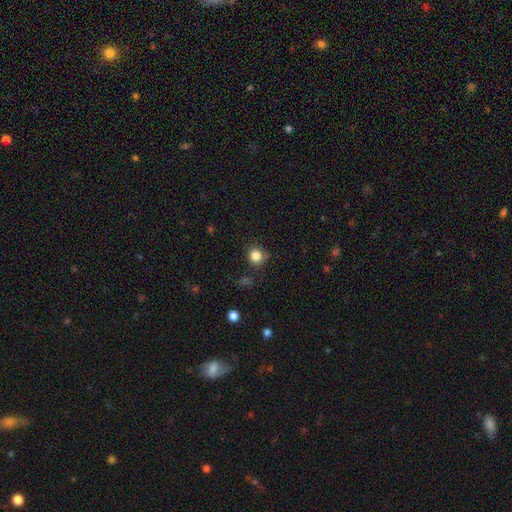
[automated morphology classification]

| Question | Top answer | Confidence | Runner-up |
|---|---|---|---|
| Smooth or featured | smooth | 83% | star or artifact (12%) |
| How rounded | round | 88% | in between (11%) |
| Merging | none | 80% | minor disturbance (13%) |